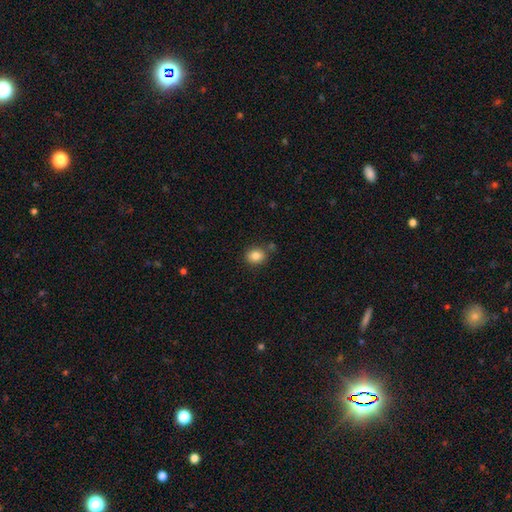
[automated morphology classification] Smooth or featured? smooth (84%)
How rounded? round (72%)
Merging? none (79%)